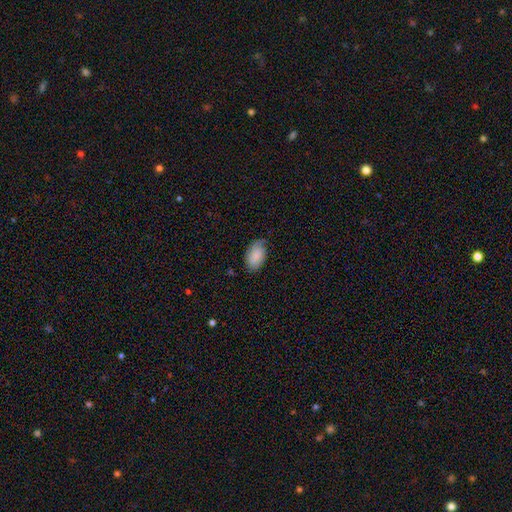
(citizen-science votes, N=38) A smooth galaxy with no disk features (84%) that is in between round and cigar-shaped (94%).

Vote fractions:
- Smooth or featured? smooth: 84% / featured or disk: 16% / star or artifact: 0%
- How rounded? in between: 94% / round: 6% / cigar-shaped: 0%
- Merging? none: 53% / minor disturbance: 39% / major disturbance: 8% / merger: 0%